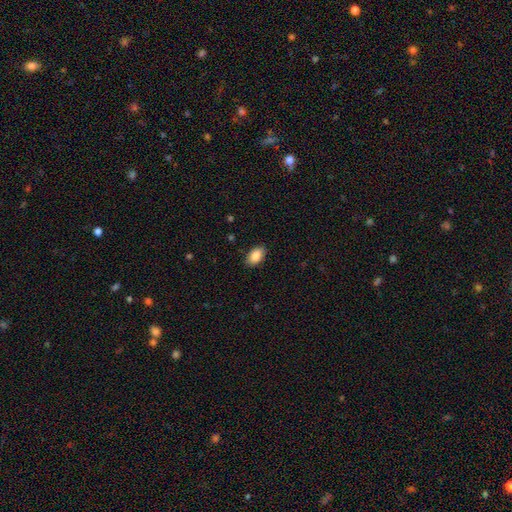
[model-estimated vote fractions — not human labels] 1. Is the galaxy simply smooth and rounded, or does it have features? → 86% smooth, 7% star or artifact, 6% featured or disk.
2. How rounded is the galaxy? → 92% in between, 6% round, 2% cigar-shaped.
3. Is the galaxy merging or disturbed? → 87% none, 10% minor disturbance, 2% major disturbance, 1% merger.